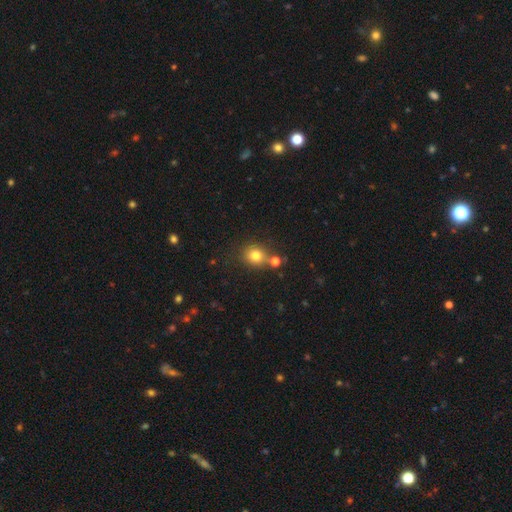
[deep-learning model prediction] A smooth galaxy with no disk features (78%) that is round (78%). Merging: none (65%).